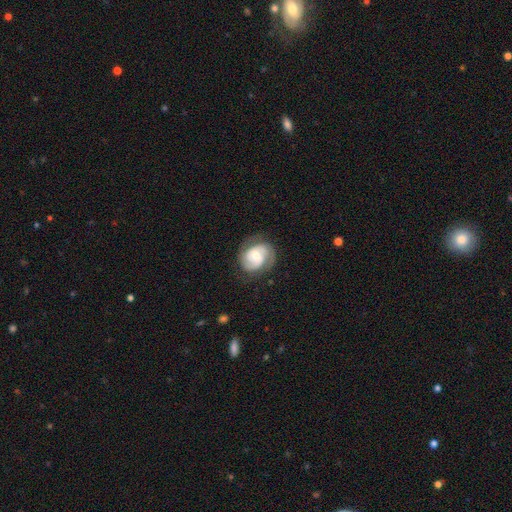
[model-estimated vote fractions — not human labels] smooth-or-featured: featured or disk: 73% | smooth: 21% | star or artifact: 6%
  disk-edge-on: no: 97% | yes: 3%
    bar: no: 61% | weak: 31% | strong: 8%
    has-spiral-arms: yes: 91% | no: 9%
      spiral-winding: tight: 49% | medium: 39% | loose: 12%
      spiral-arm-count: 2: 73% | can't tell: 13% | 1: 6% | 3: 5% | 4: 1% | more than 4: 1%
    bulge-size: moderate: 57% | small: 36% | large: 5% | none: 2% | dominant: 1%
  merging: none: 70% | minor disturbance: 20% | major disturbance: 9% | merger: 1%